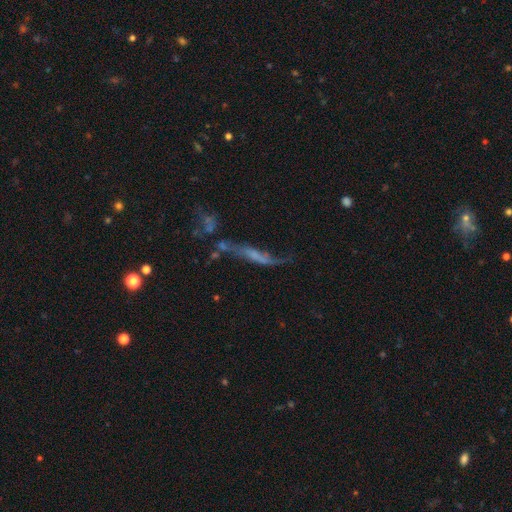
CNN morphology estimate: Smooth or featured?
  - featured or disk: 58% *
  - smooth: 27%
  - star or artifact: 15%
Edge-on disk?
  - no: 58% *
  - yes: 42%
Merging?
  - none: 36% *
  - major disturbance: 25%
  - merger: 20%
  - minor disturbance: 19%